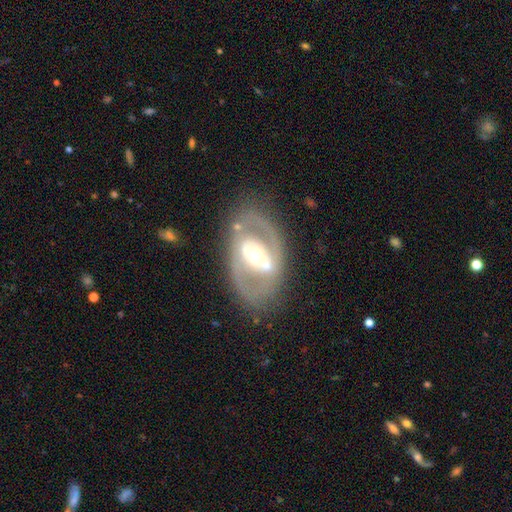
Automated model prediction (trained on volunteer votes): Smooth or featured: featured or disk — 81% (smooth — 14%)
Edge-on disk: no — 94% (yes — 6%)
Bar: strong — 36% (no — 32%)
Spiral arms: yes — 61% (no — 39%)
Bulge size: moderate — 68% (small — 17%)
Merging: none — 72% (minor disturbance — 14%)